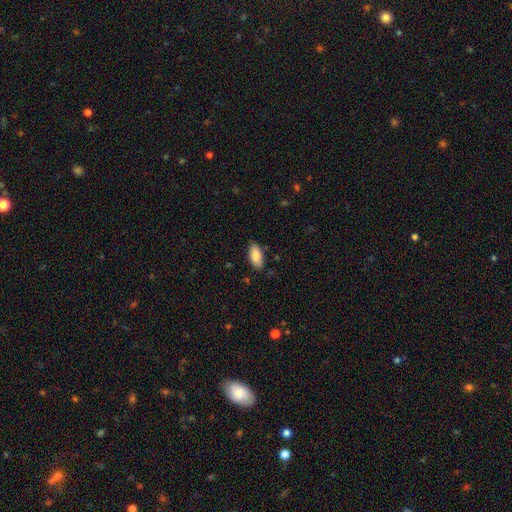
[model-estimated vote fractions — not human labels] smooth_or_featured: smooth (p=0.87) [alt: featured or disk p=0.07]
how_rounded: in between (p=0.91) [alt: cigar-shaped p=0.07]
merging: none (p=0.85) [alt: minor disturbance p=0.12]